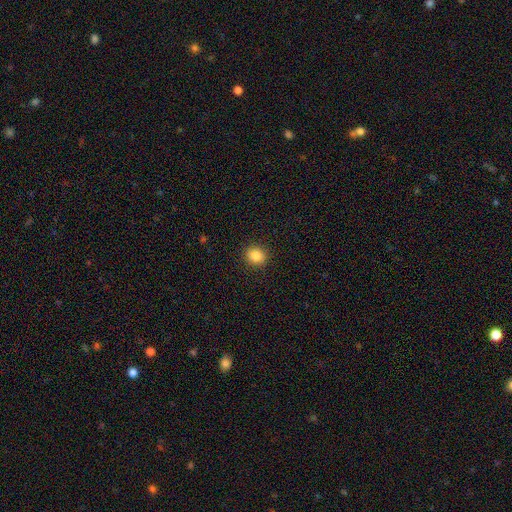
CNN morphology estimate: Smooth or featured? smooth (86%)
How rounded? round (79%)
Merging? none (91%)